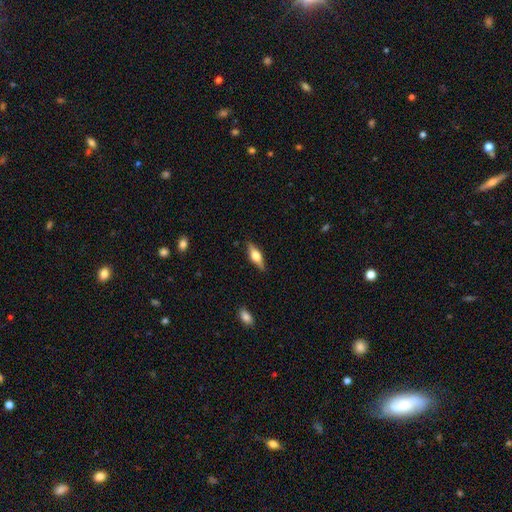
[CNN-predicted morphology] Smooth or featured: featured or disk — 48% (smooth — 46%)
Merging: none — 86% (minor disturbance — 11%)